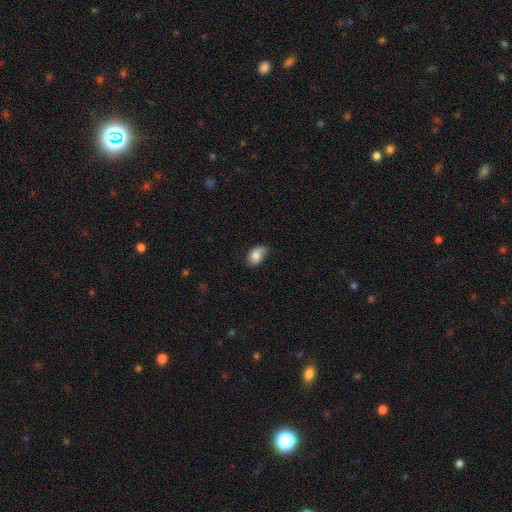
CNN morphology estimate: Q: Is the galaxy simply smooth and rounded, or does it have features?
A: smooth — 76%.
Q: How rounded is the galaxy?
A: in between — 81%.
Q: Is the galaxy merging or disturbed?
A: none — 54%.